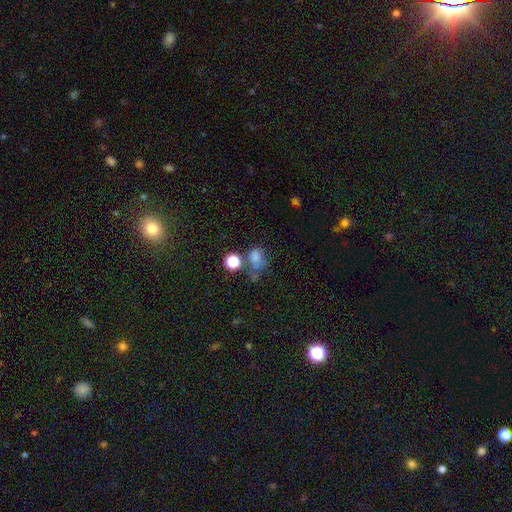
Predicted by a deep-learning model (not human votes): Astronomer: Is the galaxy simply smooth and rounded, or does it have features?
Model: smooth — 46% (runner-up: star or artifact, 40%).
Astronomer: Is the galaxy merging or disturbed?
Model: none — 56%.